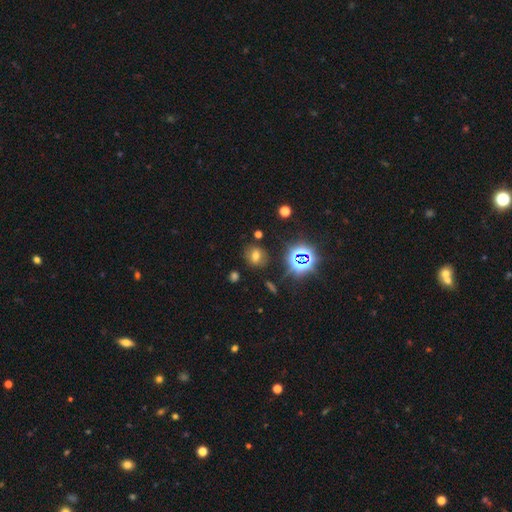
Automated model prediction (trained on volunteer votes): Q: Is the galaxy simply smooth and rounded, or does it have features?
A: smooth — 57%.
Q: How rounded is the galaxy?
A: round — 63%.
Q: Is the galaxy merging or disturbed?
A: none — 81%.